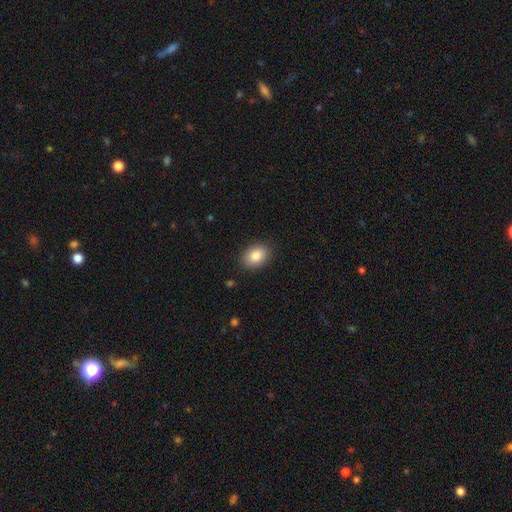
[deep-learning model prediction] A smooth galaxy with no disk features (85%) that is in between round and cigar-shaped (77%). Merging: none (88%).